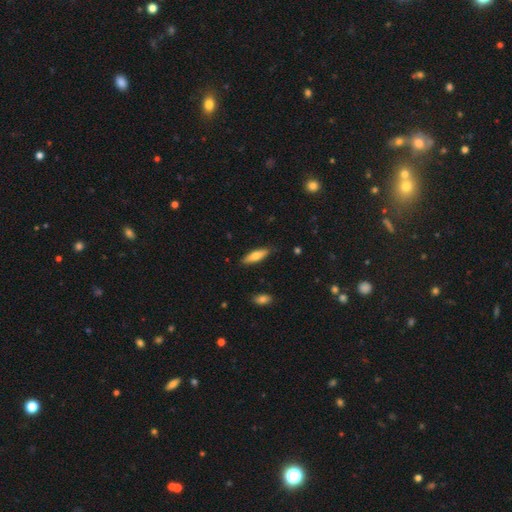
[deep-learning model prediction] A smooth galaxy with no disk features (72%) that is cigar-shaped (58%).

Vote fractions:
- Smooth or featured? smooth: 72% / featured or disk: 22% / star or artifact: 6%
- How rounded? cigar-shaped: 58% / in between: 41% / round: 2%
- Merging? none: 86% / minor disturbance: 11% / major disturbance: 2% / merger: 1%